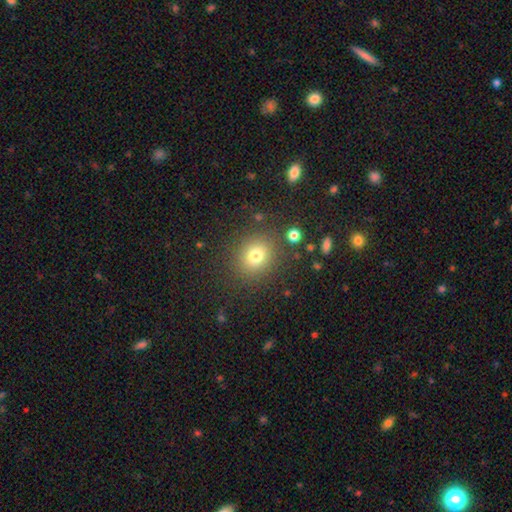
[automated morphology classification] A smooth galaxy with no disk features (76%) that is round (79%). Merging: none (85%).